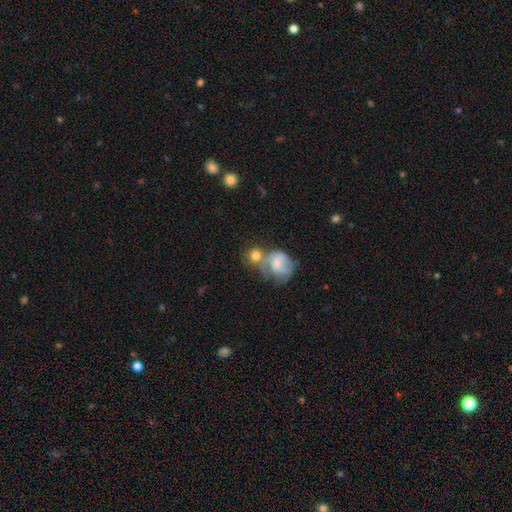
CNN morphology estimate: Smooth or featured?
  - smooth: 73% *
  - featured or disk: 18%
  - star or artifact: 9%
How rounded?
  - round: 74% *
  - in between: 25%
  - cigar-shaped: 1%
Merging?
  - merger: 44% *
  - none: 34%
  - minor disturbance: 13%
  - major disturbance: 10%